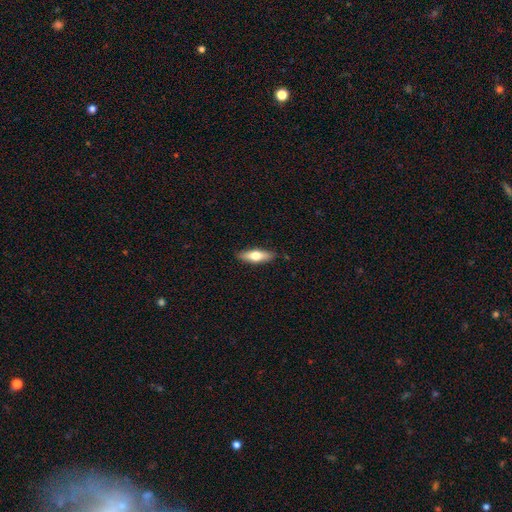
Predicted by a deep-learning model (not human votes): smooth_or_featured: smooth (p=0.61) [alt: featured or disk p=0.33]
how_rounded: in between (p=0.50) [alt: cigar-shaped p=0.47]
merging: none (p=0.88) [alt: minor disturbance p=0.09]